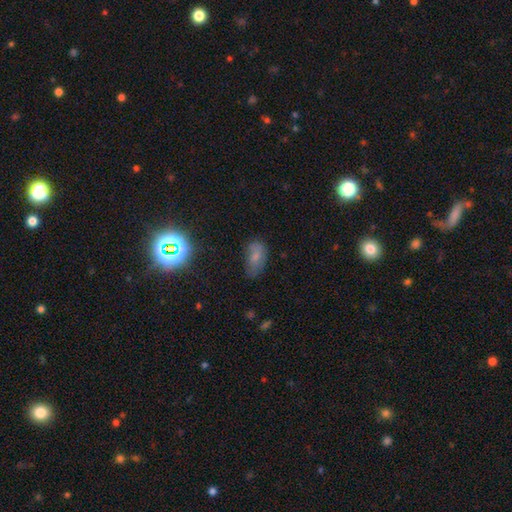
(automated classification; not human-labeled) smooth 67%, star or artifact 18%, featured or disk 15%. Down the decision tree: how rounded — in between (90%); merging — none (63%).